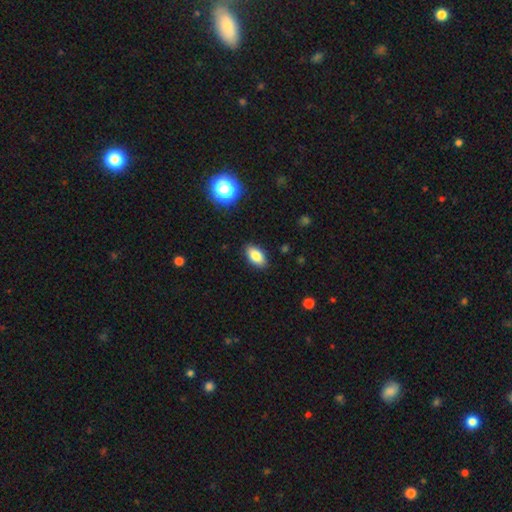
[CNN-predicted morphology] Smooth or featured? smooth (83%)
How rounded? in between (91%)
Merging? none (88%)